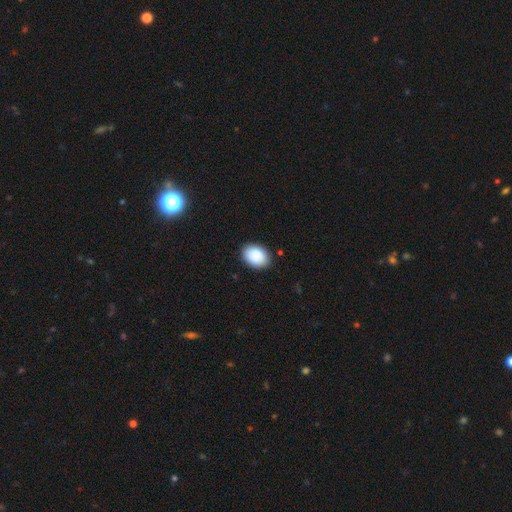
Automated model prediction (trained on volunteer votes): Morphology: type=smooth (90%); roundness=in between (77%); merging=none (88%).